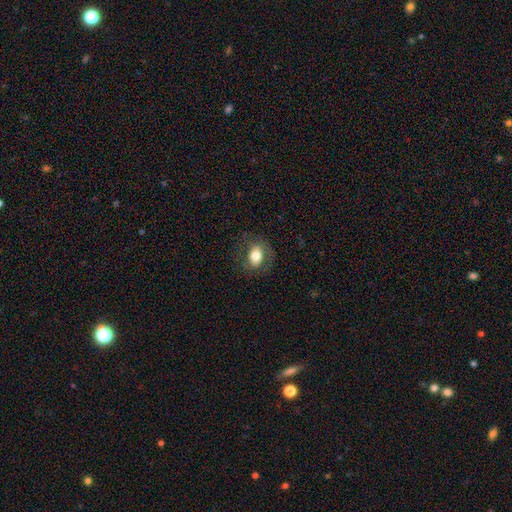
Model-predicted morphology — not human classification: Overall: smooth (67%). How rounded: in between (66%; round 33%). Merging: none (75%).